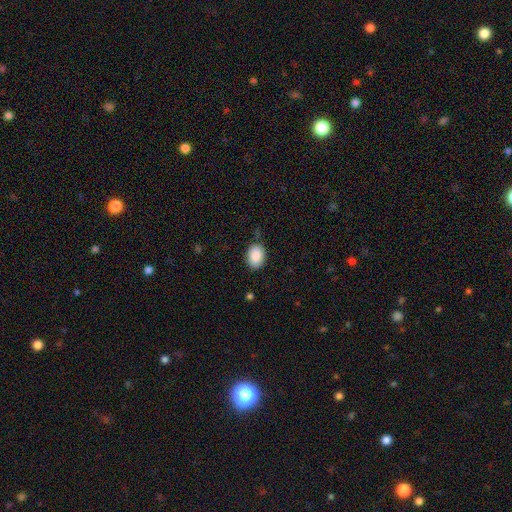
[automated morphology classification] Smooth or featured? smooth (88%)
How rounded? in between (77%)
Merging? none (84%)